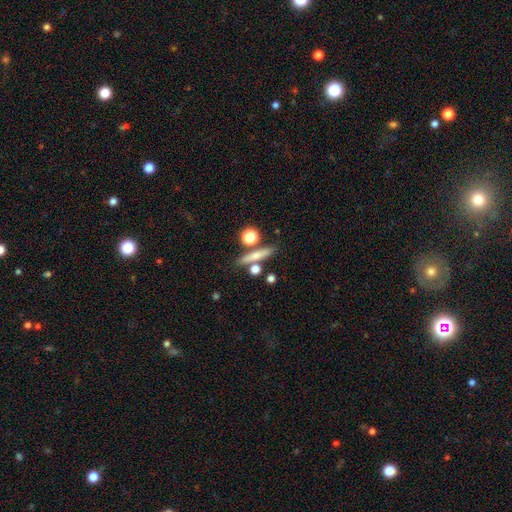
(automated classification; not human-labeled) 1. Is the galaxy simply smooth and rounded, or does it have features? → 61% smooth, 29% featured or disk, 10% star or artifact.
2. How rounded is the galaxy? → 71% cigar-shaped, 15% in between, 14% round.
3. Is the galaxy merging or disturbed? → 74% none, 12% merger, 10% minor disturbance, 4% major disturbance.